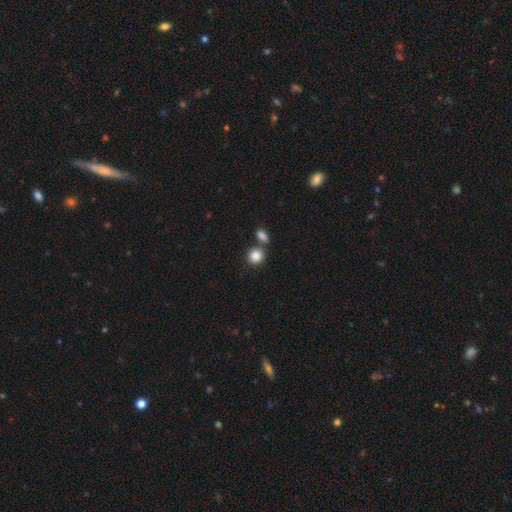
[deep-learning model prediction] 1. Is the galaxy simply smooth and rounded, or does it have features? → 86% smooth, 9% star or artifact, 5% featured or disk.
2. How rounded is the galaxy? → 83% round, 16% in between, 1% cigar-shaped.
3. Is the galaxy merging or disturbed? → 64% none, 24% merger, 9% minor disturbance, 3% major disturbance.